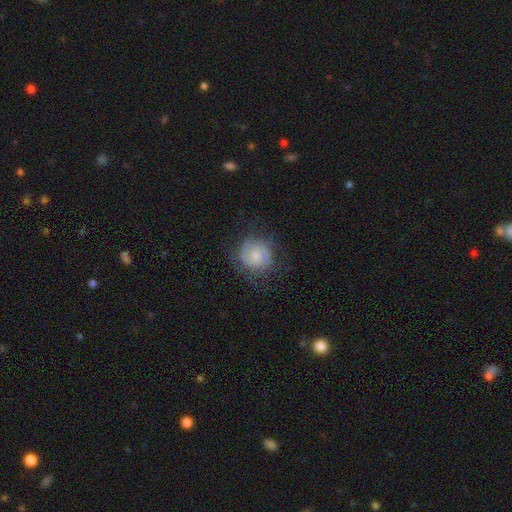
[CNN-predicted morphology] Q: Smooth or featured?
A: smooth (49%); runner-up: featured or disk (42%)
Q: Merging?
A: none (67%); runner-up: minor disturbance (20%)